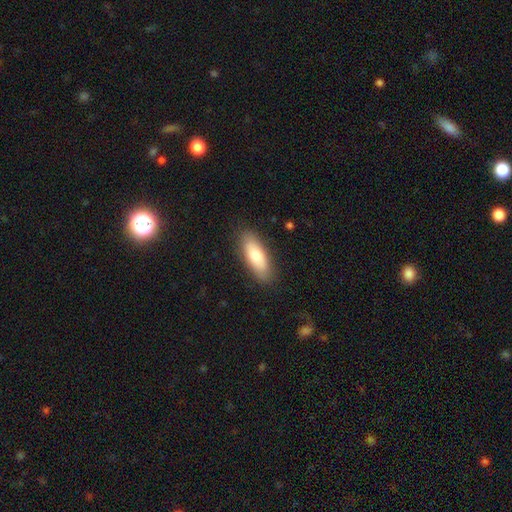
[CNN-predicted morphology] type=smooth (76%); roundness=in between (63%); merging=none (86%).